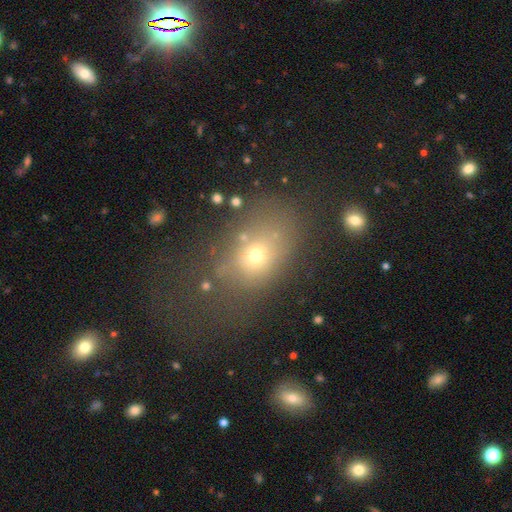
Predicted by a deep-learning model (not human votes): A smooth galaxy with no disk features (62%) that is in between round and cigar-shaped (65%).

Vote fractions:
- Smooth or featured? smooth: 62% / star or artifact: 20% / featured or disk: 18%
- How rounded? in between: 65% / round: 32% / cigar-shaped: 2%
- Merging? none: 43% / major disturbance: 29% / minor disturbance: 20% / merger: 8%